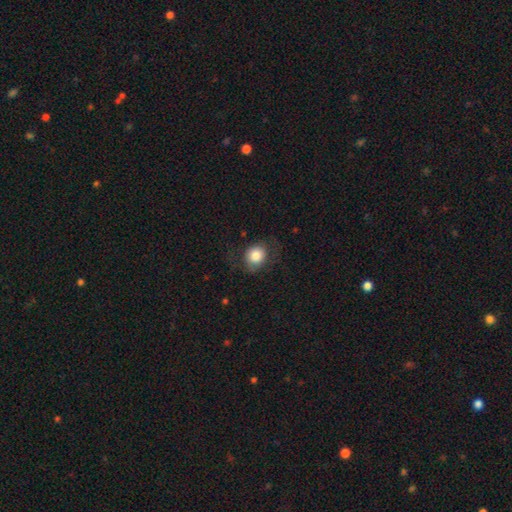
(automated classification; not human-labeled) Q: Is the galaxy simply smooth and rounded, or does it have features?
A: smooth — 79%.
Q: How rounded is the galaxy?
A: round — 65%.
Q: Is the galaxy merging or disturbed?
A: none — 70%.